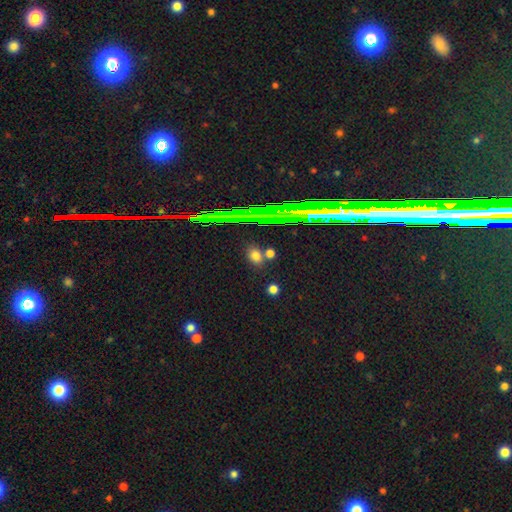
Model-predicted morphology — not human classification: Q: Smooth or featured?
A: smooth (70%); runner-up: star or artifact (23%)
Q: How rounded?
A: in between (58%); runner-up: round (40%)
Q: Merging?
A: none (76%); runner-up: merger (11%)